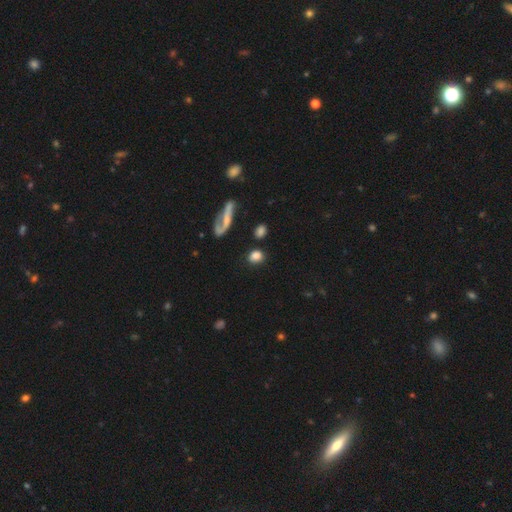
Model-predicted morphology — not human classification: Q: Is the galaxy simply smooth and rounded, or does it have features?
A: smooth — 77%.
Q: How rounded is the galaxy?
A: round — 52%.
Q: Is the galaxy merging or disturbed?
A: none — 72%.